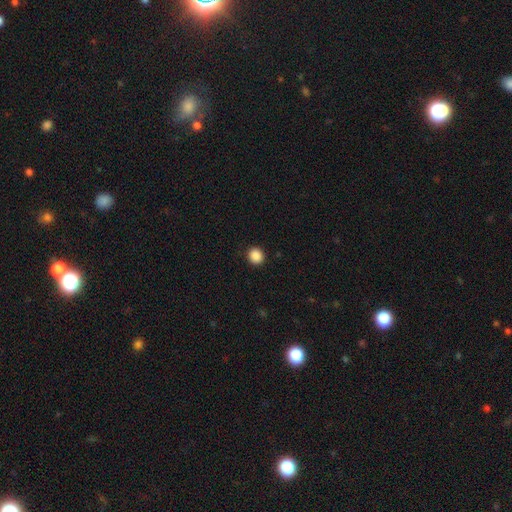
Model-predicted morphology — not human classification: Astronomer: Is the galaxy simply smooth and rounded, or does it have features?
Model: smooth — 88%.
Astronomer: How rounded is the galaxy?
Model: round — 89%.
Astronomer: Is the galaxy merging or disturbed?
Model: none — 92%.